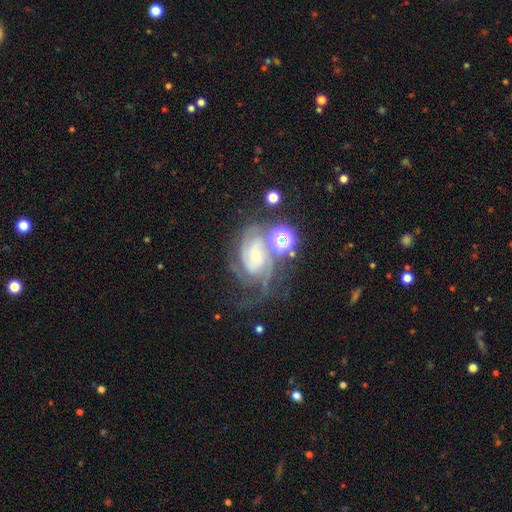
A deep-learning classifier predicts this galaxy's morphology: A featured or disk galaxy (83%) with no bar (62%), 3 (31%) tight (52%) spiral arms (96%) and a small central bulge (64%).

Vote fractions:
- Smooth or featured? featured or disk: 83% / star or artifact: 9% / smooth: 8%
- Edge-on disk? no: 97% / yes: 3%
- Bar? no: 62% / weak: 29% / strong: 9%
- Spiral arms? yes: 96% / no: 4%
- Spiral winding? tight: 52% / medium: 39% / loose: 9%
- Spiral arm count? 3: 31% / 2: 28% / can't tell: 22% / 4: 8% / 1: 6% / more than 4: 5%
- Bulge size? small: 64% / moderate: 30% / large: 3% / none: 2% / dominant: 1%
- Merging? none: 44% / major disturbance: 24% / minor disturbance: 20% / merger: 13%